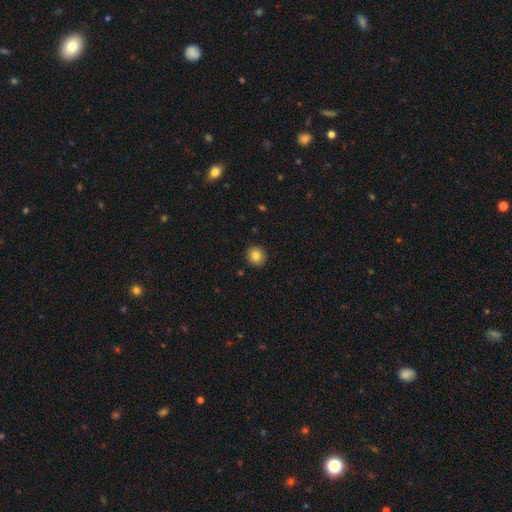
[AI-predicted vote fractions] Smooth or featured? Predicted: smooth (p=0.83). How rounded? Predicted: round (p=0.91). Merging? Predicted: none (p=0.92).